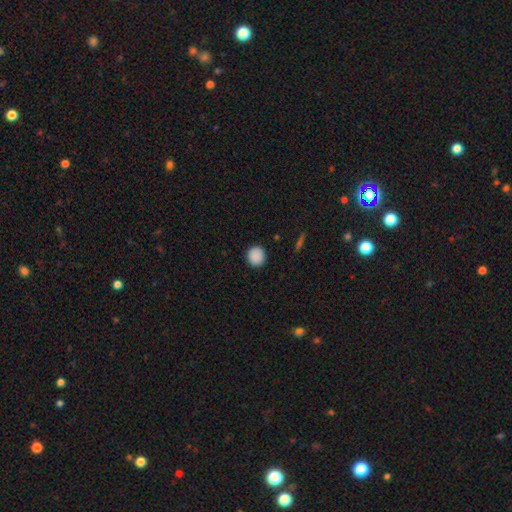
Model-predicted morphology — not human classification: The model was most divided on "smooth or featured": smooth: 89%, star or artifact: 8%, featured or disk: 3%. More confident: merging — none (91%); how rounded — round (90%).